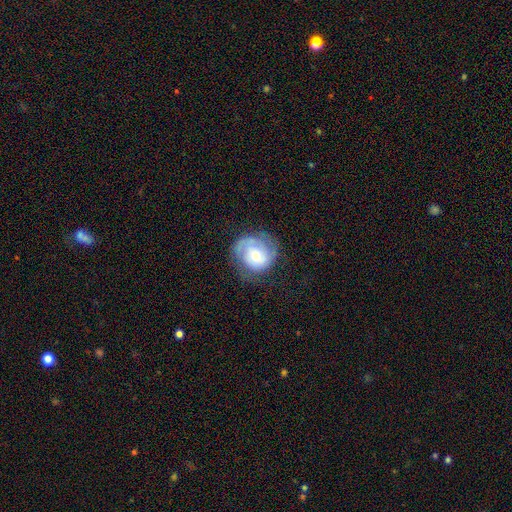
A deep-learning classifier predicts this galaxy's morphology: Smooth or featured? featured or disk (65%)
Edge-on disk? no (97%)
Bar? no (68%)
Spiral arms? yes (87%)
Spiral winding? tight (53%)
Spiral arm count? 2 (47%)
Bulge size? moderate (55%)
Merging? none (64%)